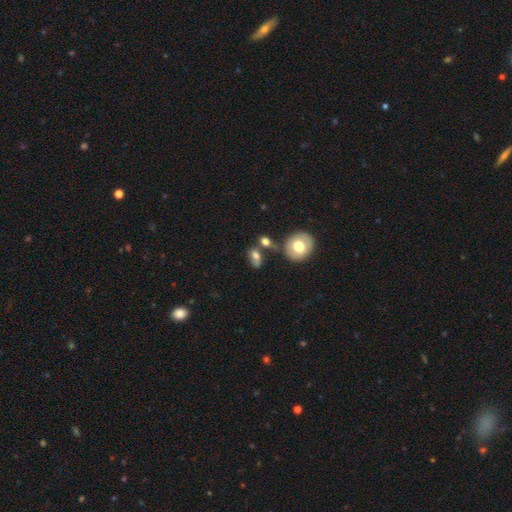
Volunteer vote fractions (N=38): Overall: smooth (87%). How rounded: in between (79%). Merging: none (28%; minor disturbance 25%).